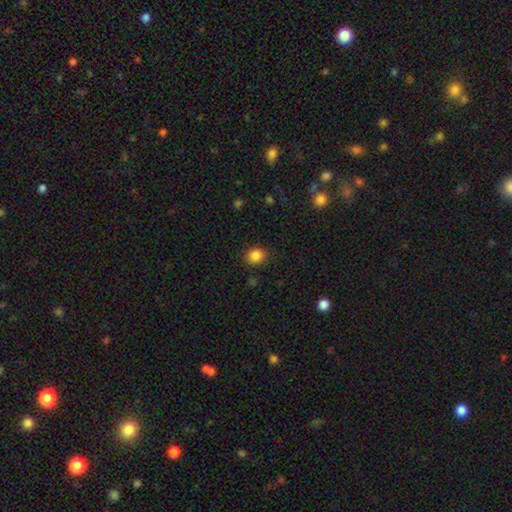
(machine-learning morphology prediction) This appears to be a smooth galaxy with no disk features (85%) that is round (72%). Merging: none (88%).